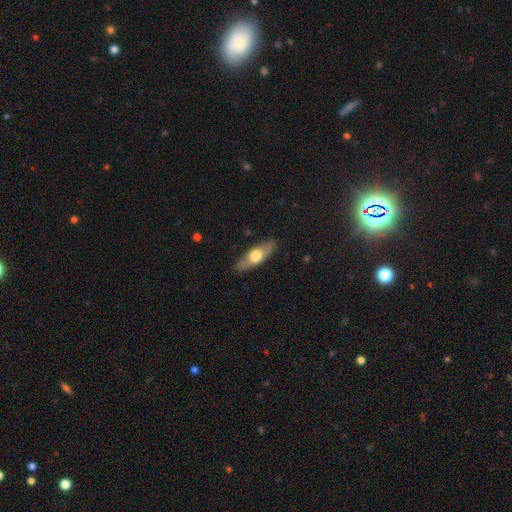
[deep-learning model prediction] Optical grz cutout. It shows a smooth galaxy with no disk features (51%) that is in between round and cigar-shaped (57%). Merging: none (86%).